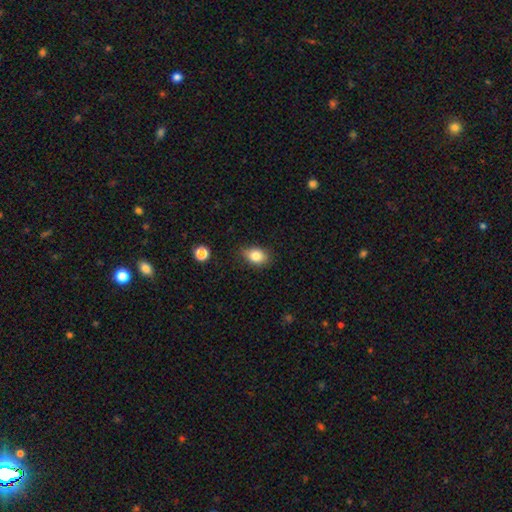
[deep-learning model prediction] Smooth or featured?
  - smooth: 82% *
  - star or artifact: 9%
  - featured or disk: 8%
How rounded?
  - in between: 74% *
  - round: 25%
  - cigar-shaped: 2%
Merging?
  - none: 80% *
  - minor disturbance: 16%
  - major disturbance: 3%
  - merger: 1%